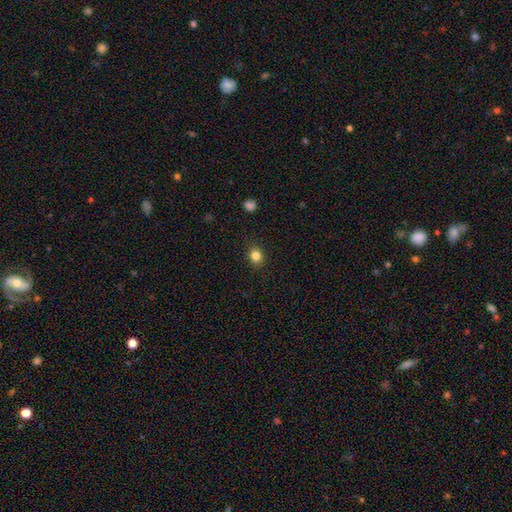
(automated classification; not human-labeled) smooth-or-featured: smooth: 83% | star or artifact: 12% | featured or disk: 5%
  how-rounded: round: 66% | in between: 33% | cigar-shaped: 1%
  merging: none: 89% | minor disturbance: 8% | major disturbance: 2% | merger: 1%